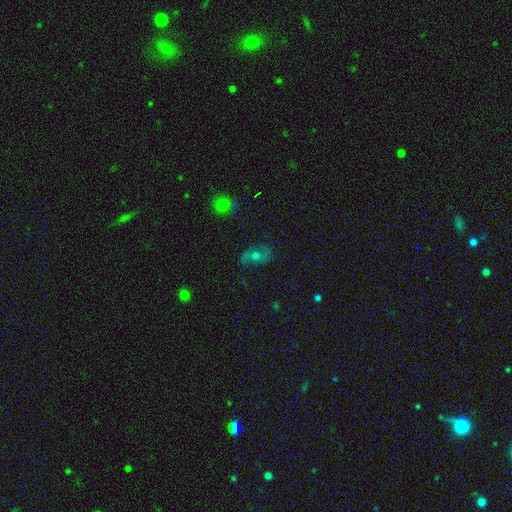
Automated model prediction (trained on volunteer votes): Morphology: type=smooth (45%); merging=none (67%).